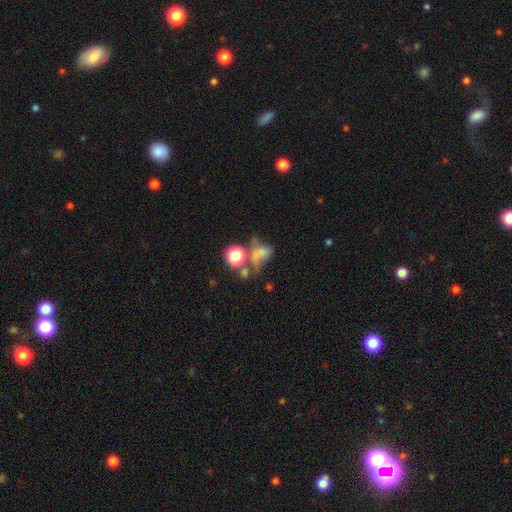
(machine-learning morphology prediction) Smooth or featured? Predicted: smooth (p=0.55). How rounded? Predicted: in between (p=0.58). Merging? Predicted: merger (p=0.32).